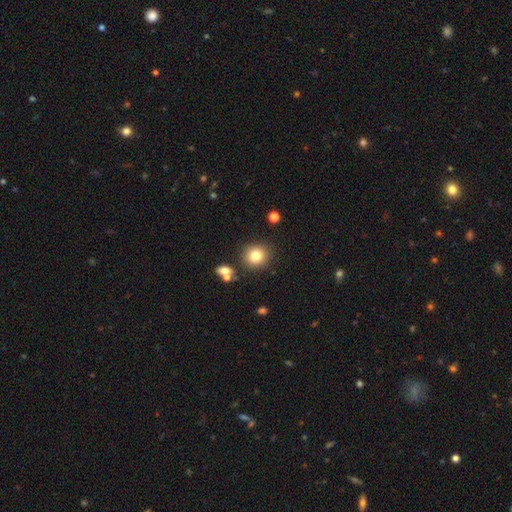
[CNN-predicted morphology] smooth 80%, star or artifact 11%, featured or disk 9%. Down the decision tree: how rounded — round (88%); merging — none (84%).